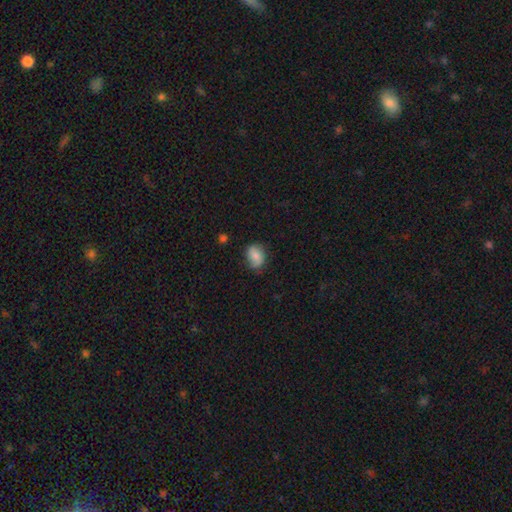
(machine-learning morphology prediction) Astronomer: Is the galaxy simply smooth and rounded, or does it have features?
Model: smooth — 73%.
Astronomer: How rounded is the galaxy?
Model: in between — 65%.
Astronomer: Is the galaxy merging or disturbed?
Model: none — 69%.